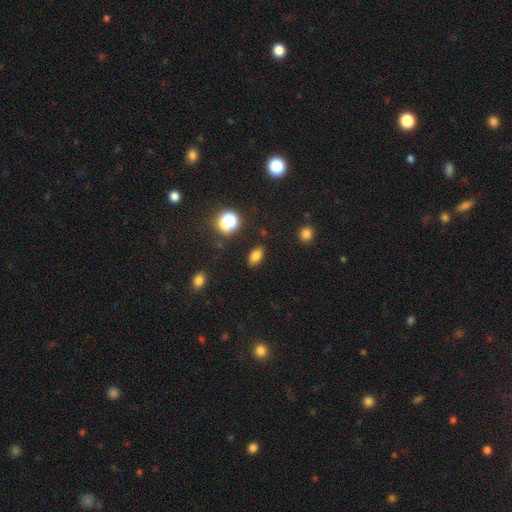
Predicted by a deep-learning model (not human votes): Smooth or featured?
  - smooth: 81% *
  - star or artifact: 12%
  - featured or disk: 7%
How rounded?
  - in between: 87% *
  - round: 9%
  - cigar-shaped: 4%
Merging?
  - none: 85% *
  - minor disturbance: 10%
  - major disturbance: 3%
  - merger: 2%